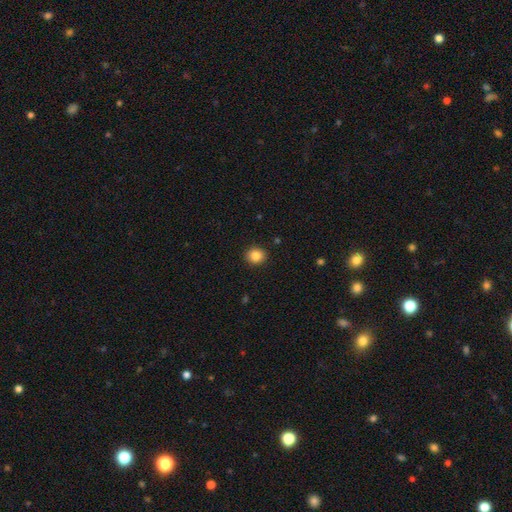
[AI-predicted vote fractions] smooth_or_featured: smooth (p=0.86) [alt: star or artifact p=0.10]
how_rounded: round (p=0.83) [alt: in between p=0.16]
merging: none (p=0.91) [alt: minor disturbance p=0.06]